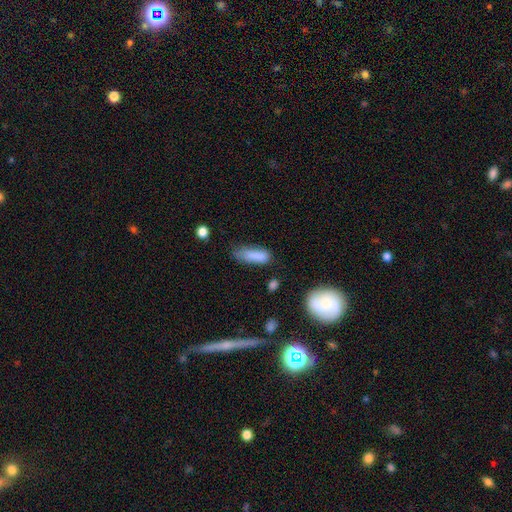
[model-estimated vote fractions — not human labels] Smooth or featured?
  - smooth: 84% *
  - star or artifact: 8%
  - featured or disk: 8%
How rounded?
  - in between: 57% *
  - cigar-shaped: 40%
  - round: 2%
Merging?
  - none: 50% *
  - minor disturbance: 34%
  - major disturbance: 12%
  - merger: 4%